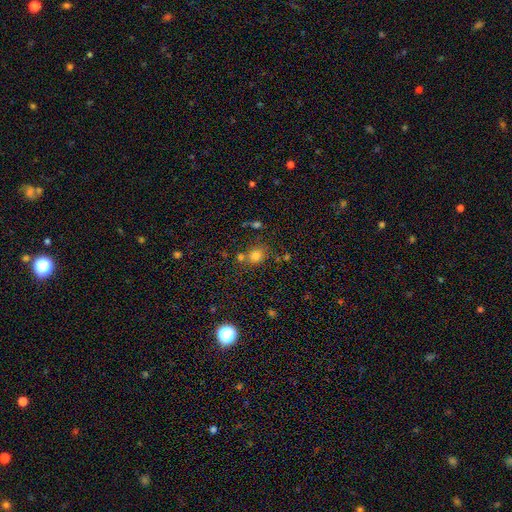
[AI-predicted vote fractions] Smooth or featured: smooth — 76% (star or artifact — 15%)
How rounded: round — 73% (in between — 26%)
Merging: none — 62% (merger — 19%)